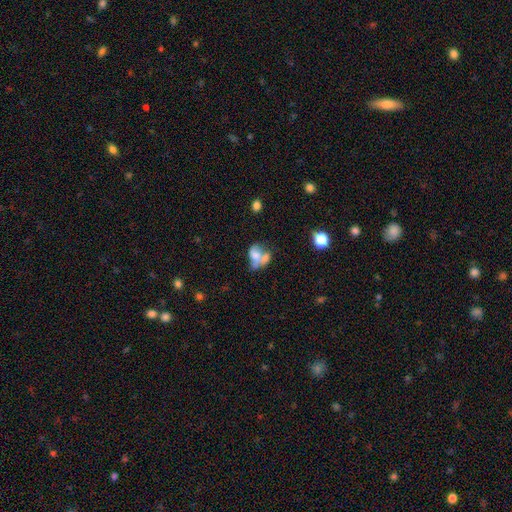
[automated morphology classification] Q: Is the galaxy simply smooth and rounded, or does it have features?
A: smooth — 52%.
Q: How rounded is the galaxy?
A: in between — 73%.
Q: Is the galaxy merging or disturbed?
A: merger — 58%.